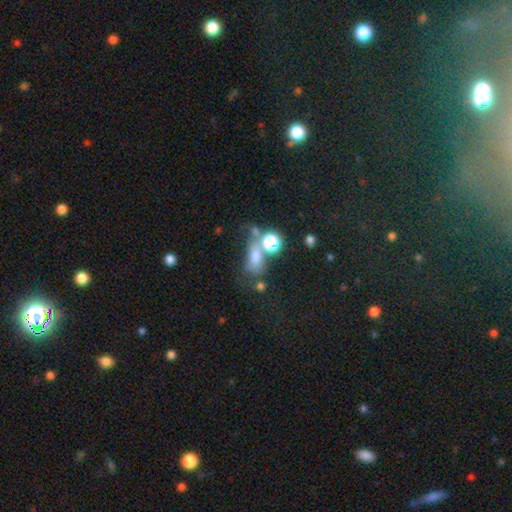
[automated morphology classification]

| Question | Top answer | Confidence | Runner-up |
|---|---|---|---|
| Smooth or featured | smooth | 60% | star or artifact (22%) |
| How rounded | in between | 66% | round (27%) |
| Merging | none | 37% | merger (31%) |